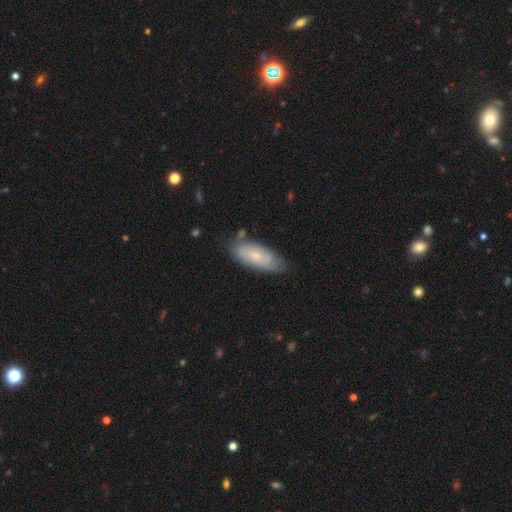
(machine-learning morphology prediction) Smooth or featured? smooth (70%)
How rounded? in between (76%)
Merging? none (71%)